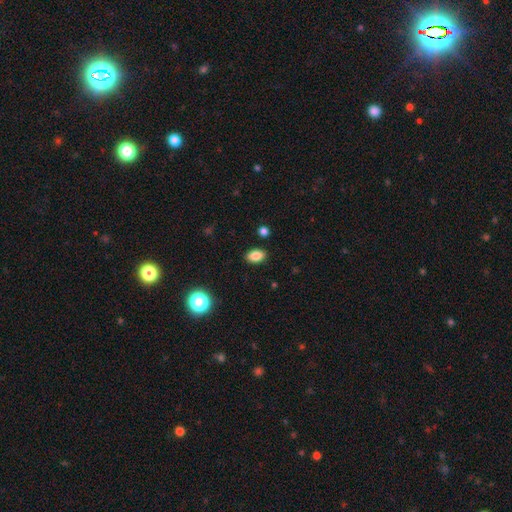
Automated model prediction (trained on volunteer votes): Morphology: type=smooth (84%); roundness=in between (86%); merging=none (88%).